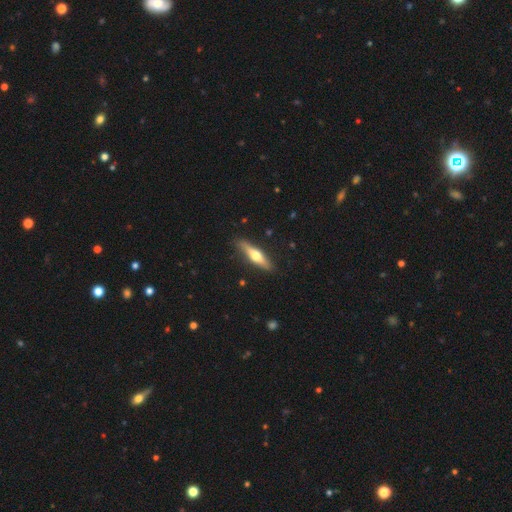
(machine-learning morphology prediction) A featured or disk galaxy (53%) viewed edge-on (93%).

Vote fractions:
- Smooth or featured? featured or disk: 53% / smooth: 42% / star or artifact: 5%
- Edge-on disk? yes: 93% / no: 7%
- Merging? none: 88% / minor disturbance: 9% / major disturbance: 2% / merger: 1%